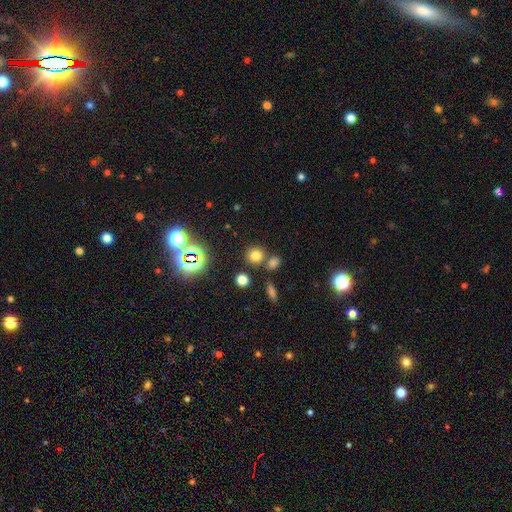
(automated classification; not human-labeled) smooth 69%, star or artifact 23%, featured or disk 8%. Down the decision tree: how rounded — round (86%); merging — none (72%).